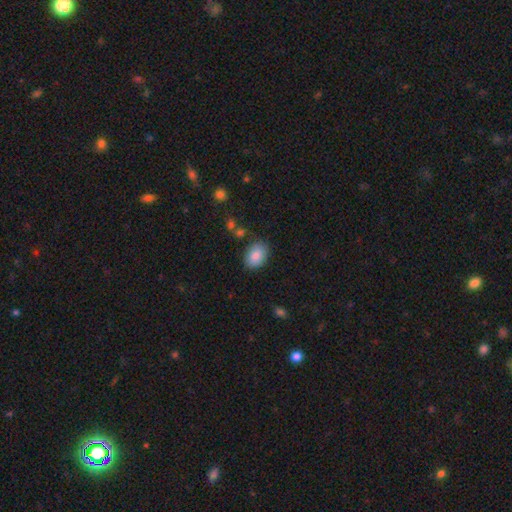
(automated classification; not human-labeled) This appears to be a smooth galaxy with no disk features (85%) that is in between round and cigar-shaped (79%). Merging: none (82%).